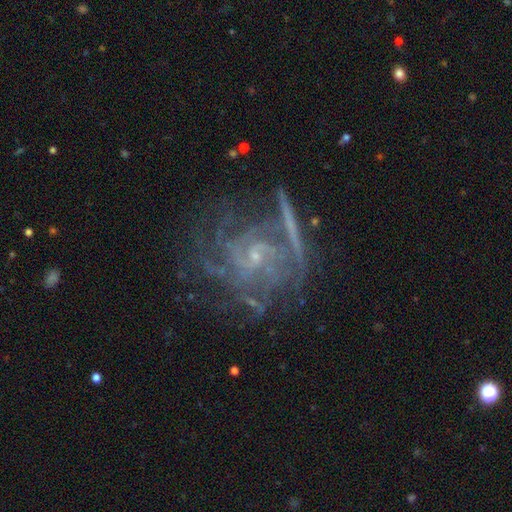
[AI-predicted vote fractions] Smooth or featured? featured or disk (76%)
Edge-on disk? no (96%)
Bar? no (53%)
Spiral arms? yes (84%)
Spiral winding? tight (49%)
Spiral arm count? can't tell (43%)
Bulge size? small (77%)
Merging? none (56%)